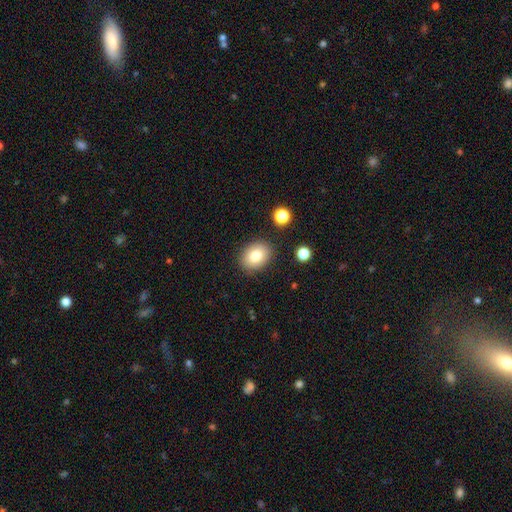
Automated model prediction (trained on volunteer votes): smooth-or-featured: smooth: 80% | featured or disk: 10% | star or artifact: 9%
  how-rounded: in between: 65% | round: 35% | cigar-shaped: 1%
  merging: none: 86% | minor disturbance: 10% | major disturbance: 3% | merger: 2%